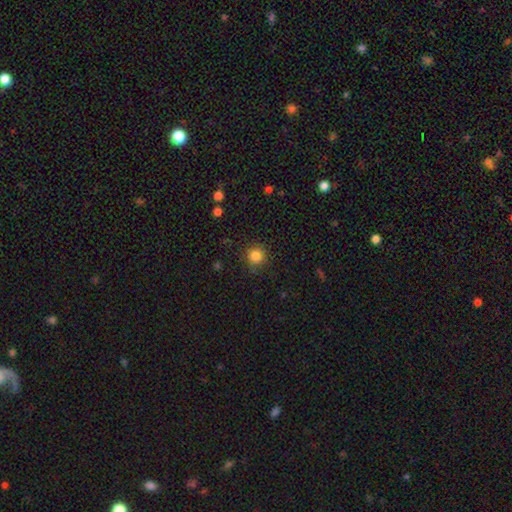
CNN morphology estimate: This appears to be a smooth galaxy with no disk features (84%) that is round (94%). Merging: none (87%).